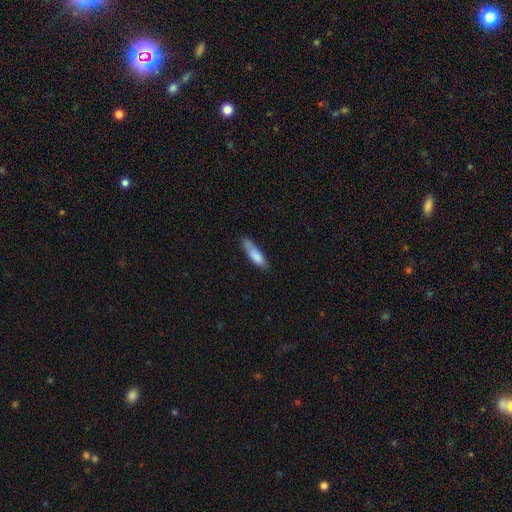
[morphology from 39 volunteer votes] A smooth galaxy with no disk features (77%) that is cigar-shaped (60%). Merging: none (68%).